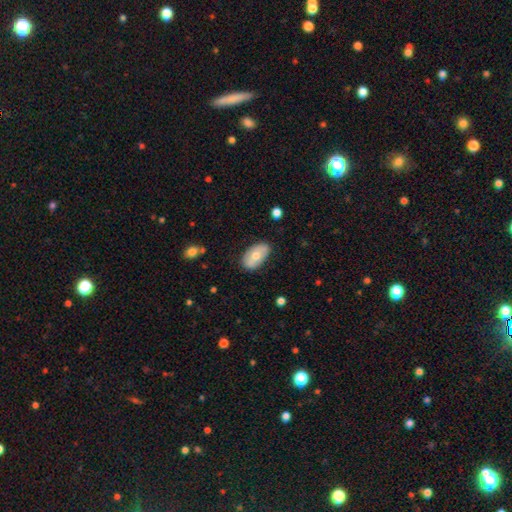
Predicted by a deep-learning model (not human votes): This is likely a smooth galaxy (63%). How rounded: clearly in between (93%). Merging: likely none (80%).